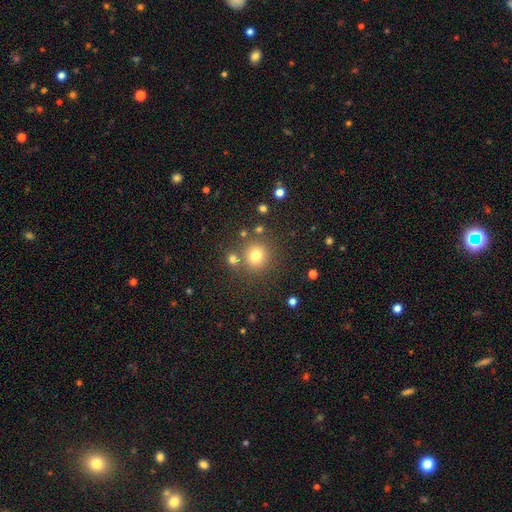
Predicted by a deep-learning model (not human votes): This is likely a smooth galaxy (76%). How rounded: clearly round (92%). Merging: likely none (78%).